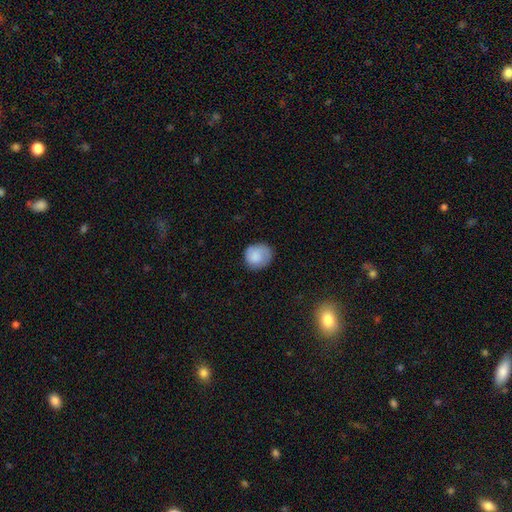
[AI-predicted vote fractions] smooth_or_featured: smooth (p=0.81) [alt: featured or disk p=0.12]
how_rounded: round (p=0.80) [alt: in between p=0.20]
merging: none (p=0.72) [alt: minor disturbance p=0.20]